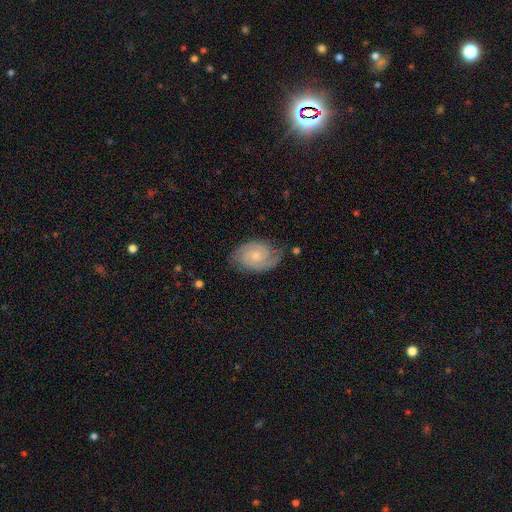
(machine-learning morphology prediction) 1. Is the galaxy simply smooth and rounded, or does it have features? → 80% featured or disk, 14% smooth, 6% star or artifact.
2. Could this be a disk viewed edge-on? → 97% no, 3% yes.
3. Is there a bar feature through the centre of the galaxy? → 68% no, 28% weak, 4% strong.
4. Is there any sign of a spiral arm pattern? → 96% yes, 4% no.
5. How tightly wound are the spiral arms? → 59% tight, 34% medium, 8% loose.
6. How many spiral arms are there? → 80% 2, 9% can't tell, 4% 3, 3% 1, 2% 4, 1% more than 4.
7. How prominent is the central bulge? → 53% small, 37% moderate, 6% none, 2% large, 1% dominant.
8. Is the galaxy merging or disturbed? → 75% none, 18% minor disturbance, 6% major disturbance, 2% merger.